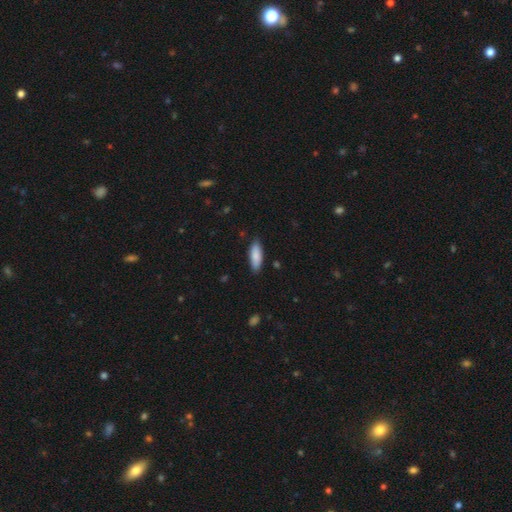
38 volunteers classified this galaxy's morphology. Smooth or featured: smooth — 92% (star or artifact — 8%)
How rounded: cigar-shaped — 63% (in between — 37%)
Merging: none — 83% (minor disturbance — 11%)